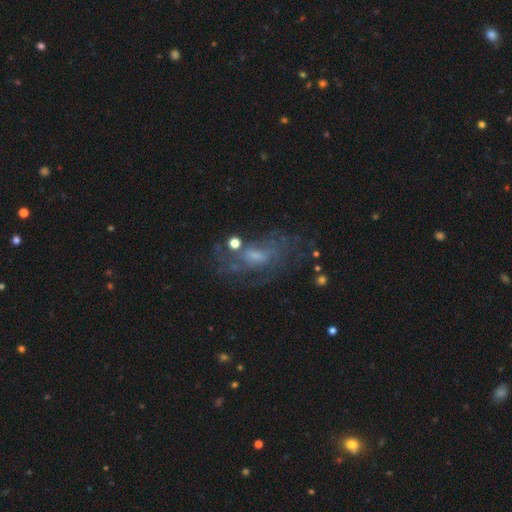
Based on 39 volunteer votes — Smooth or featured?
  - featured or disk: 69% *
  - smooth: 23%
  - star or artifact: 8%
Edge-on disk?
  - no: 100% *
  - yes: 0%
Bar?
  - weak: 59% *
  - no: 41%
  - strong: 0%
Spiral arms?
  - yes: 85% *
  - no: 15%
Spiral winding?
  - tight: 39% *
  - medium: 35%
  - loose: 26%
Spiral arm count?
  - can't tell: 74% *
  - 2: 13%
  - 3: 9%
  - 4: 4%
  - 1: 0%
  - more than 4: 0%
Bulge size?
  - small: 41% *
  - moderate: 33%
  - none: 22%
  - large: 4%
  - dominant: 0%
Merging?
  - none: 50% *
  - major disturbance: 36%
  - merger: 11%
  - minor disturbance: 3%